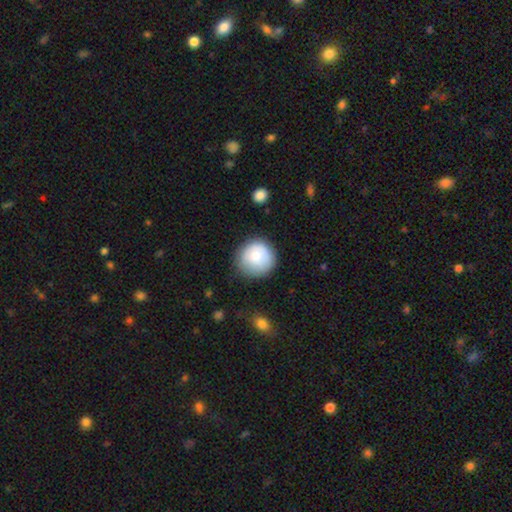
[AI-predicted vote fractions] Morphology: type=smooth (76%); roundness=round (92%); merging=none (78%).